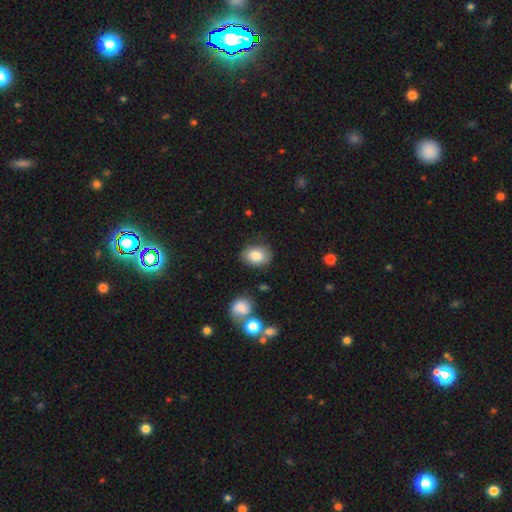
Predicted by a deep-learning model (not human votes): Q: Smooth or featured?
A: smooth (83%); runner-up: featured or disk (9%)
Q: How rounded?
A: in between (73%); runner-up: round (26%)
Q: Merging?
A: none (79%); runner-up: minor disturbance (15%)